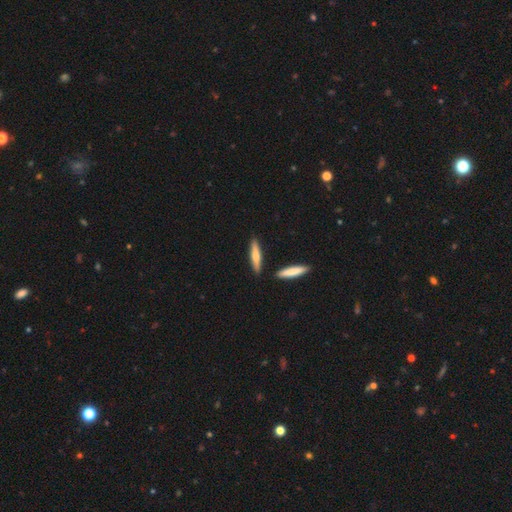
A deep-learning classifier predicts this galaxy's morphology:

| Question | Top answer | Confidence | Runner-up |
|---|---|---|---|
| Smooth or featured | smooth | 61% | featured or disk (34%) |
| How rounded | cigar-shaped | 85% | in between (13%) |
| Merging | none | 83% | minor disturbance (8%) |